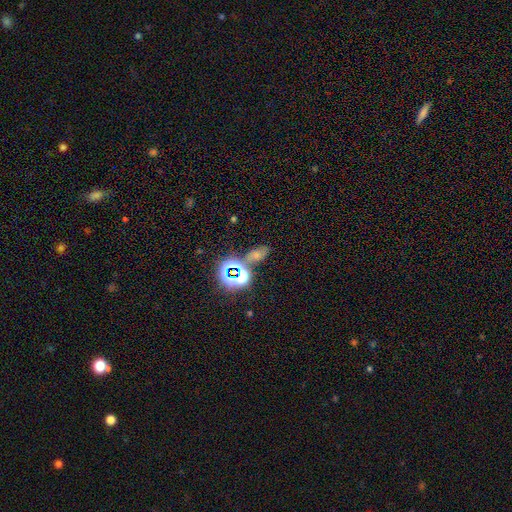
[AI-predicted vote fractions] Morphology: type=smooth (42%); merging=none (58%).